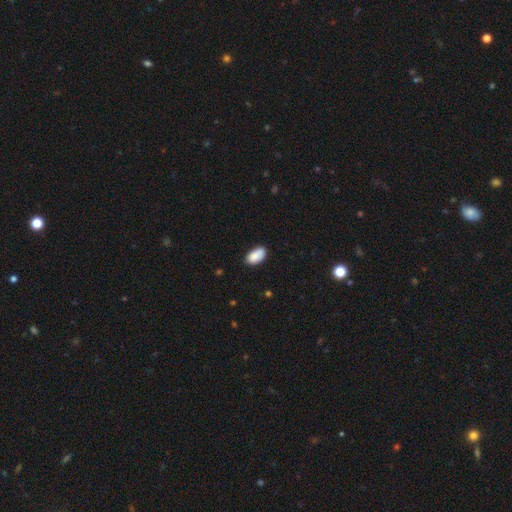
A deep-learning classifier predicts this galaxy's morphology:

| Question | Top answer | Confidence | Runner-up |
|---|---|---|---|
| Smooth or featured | smooth | 88% | star or artifact (7%) |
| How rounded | in between | 94% | round (3%) |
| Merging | none | 76% | minor disturbance (19%) |